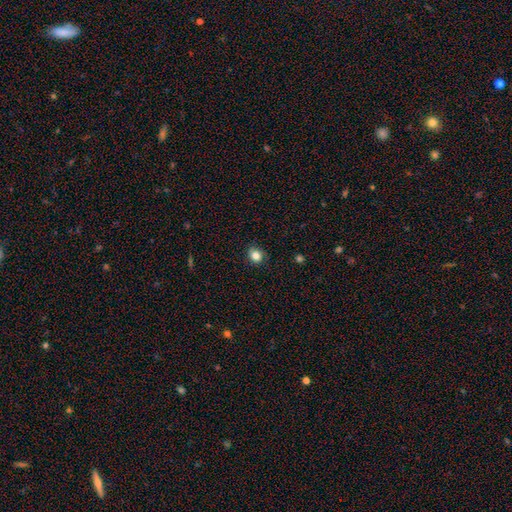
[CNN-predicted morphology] Smooth or featured: smooth — 83% (star or artifact — 11%)
How rounded: round — 70% (in between — 30%)
Merging: none — 83% (minor disturbance — 13%)